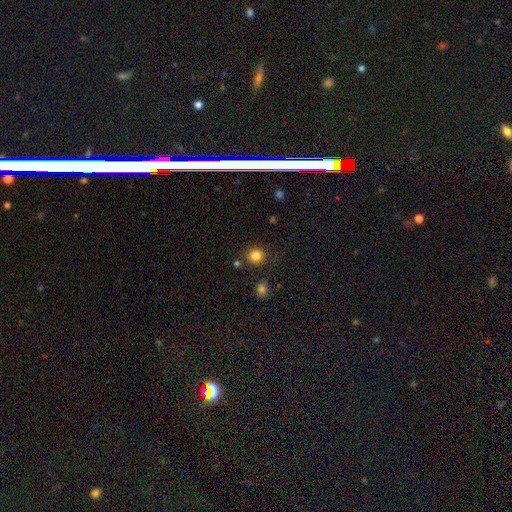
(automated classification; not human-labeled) Q: Smooth or featured?
A: smooth (84%); runner-up: star or artifact (11%)
Q: How rounded?
A: round (88%); runner-up: in between (11%)
Q: Merging?
A: none (84%); runner-up: minor disturbance (9%)